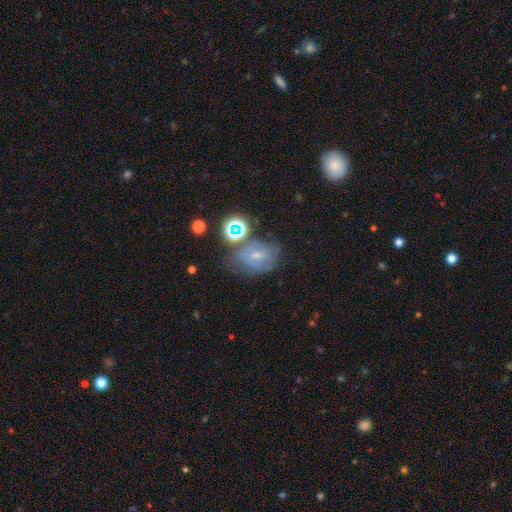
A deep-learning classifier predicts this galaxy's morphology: Q: Smooth or featured?
A: featured or disk (53%); runner-up: smooth (27%)
Q: Edge-on disk?
A: no (96%); runner-up: yes (4%)
Q: Bar?
A: weak (46%); runner-up: no (40%)
Q: Spiral arms?
A: yes (77%); runner-up: no (23%)
Q: Bulge size?
A: small (53%); runner-up: moderate (39%)
Q: Merging?
A: none (52%); runner-up: minor disturbance (24%)